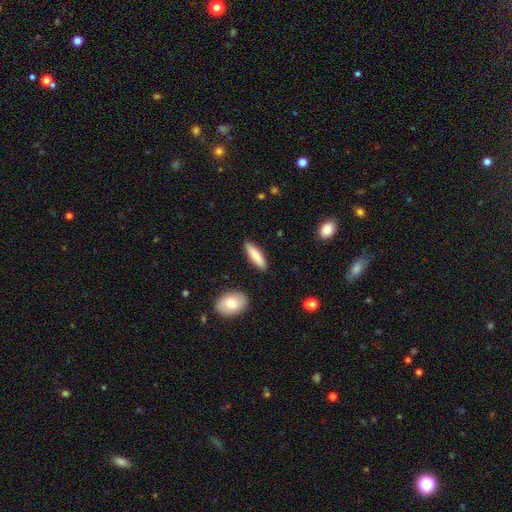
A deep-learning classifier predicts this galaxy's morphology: This is clearly a smooth galaxy (82%). How rounded: likely cigar-shaped (66%). Merging: clearly none (88%).